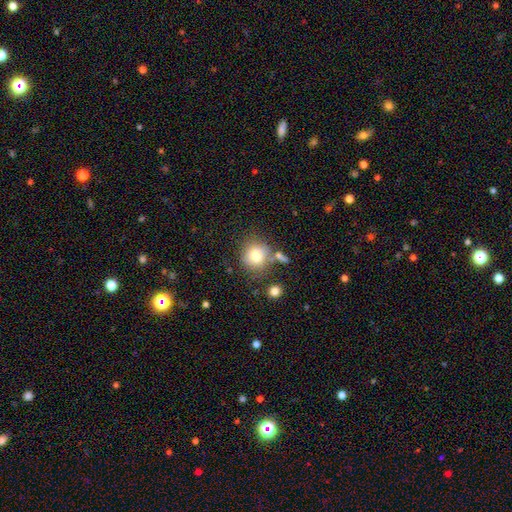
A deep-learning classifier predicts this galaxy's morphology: smooth_or_featured: smooth (p=0.77) [alt: featured or disk p=0.12]
how_rounded: round (p=0.87) [alt: in between p=0.12]
merging: none (p=0.68) [alt: minor disturbance p=0.14]